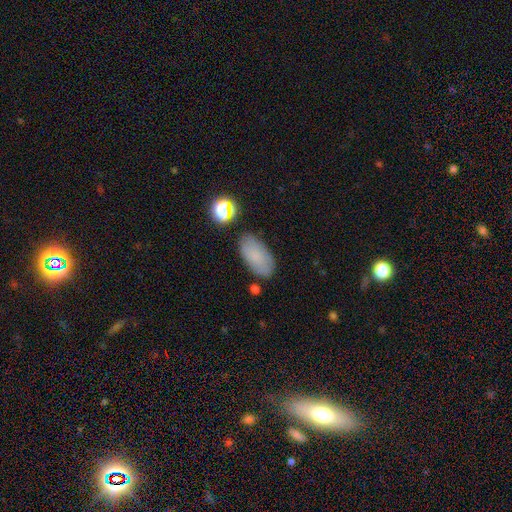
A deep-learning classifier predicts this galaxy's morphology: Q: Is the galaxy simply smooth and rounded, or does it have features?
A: smooth — 78%.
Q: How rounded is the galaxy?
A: in between — 94%.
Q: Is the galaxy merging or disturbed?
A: none — 78%.